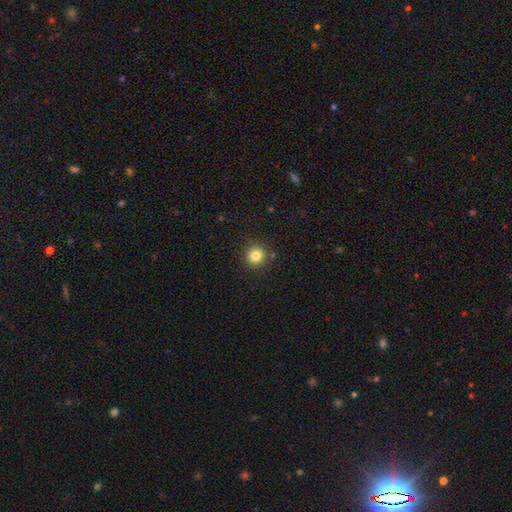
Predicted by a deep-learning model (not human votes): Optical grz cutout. It shows a smooth galaxy with no disk features (82%) that is round (92%). Merging: none (87%).